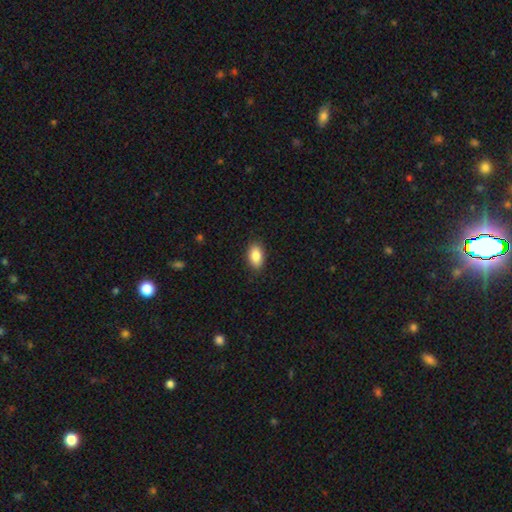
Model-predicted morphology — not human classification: type=smooth (87%); roundness=in between (91%); merging=none (88%).